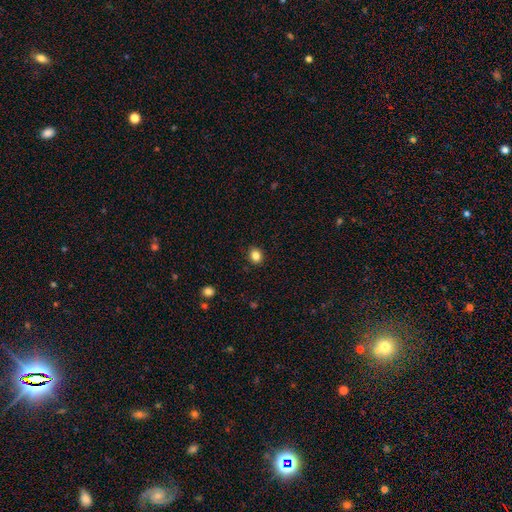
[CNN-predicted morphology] This is clearly a smooth galaxy (85%). How rounded: likely round (69%). Merging: clearly none (90%).